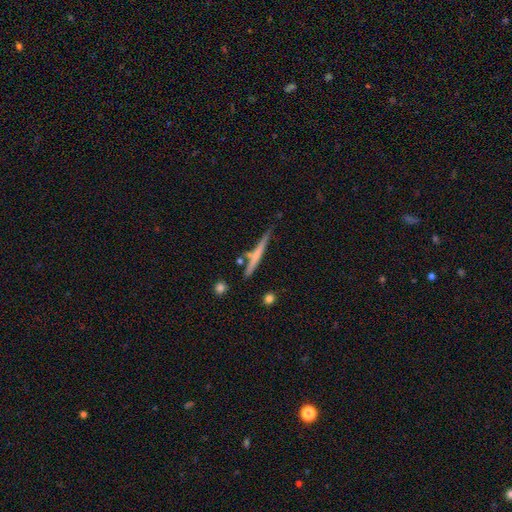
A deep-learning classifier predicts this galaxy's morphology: A smooth galaxy with no disk features (49%).

Vote fractions:
- Smooth or featured? smooth: 49% / featured or disk: 45% / star or artifact: 6%
- Merging? none: 72% / minor disturbance: 16% / merger: 8% / major disturbance: 4%